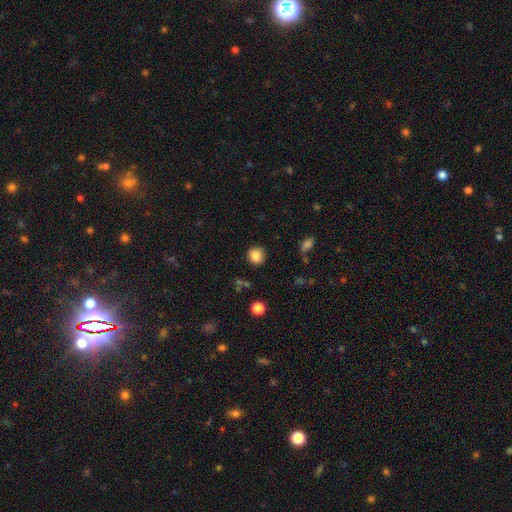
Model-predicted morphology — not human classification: This is clearly a smooth galaxy (85%). How rounded: clearly round (87%). Merging: clearly none (88%).